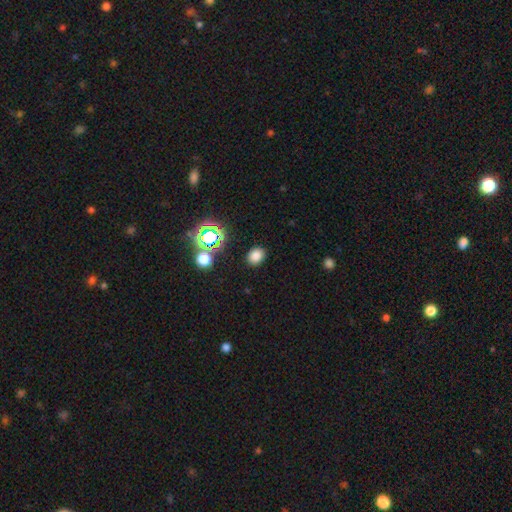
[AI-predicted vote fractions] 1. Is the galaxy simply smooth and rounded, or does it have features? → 77% smooth, 17% star or artifact, 5% featured or disk.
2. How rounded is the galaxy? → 50% round, 49% in between, 1% cigar-shaped.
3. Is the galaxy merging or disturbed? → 87% none, 8% minor disturbance, 3% major disturbance, 2% merger.